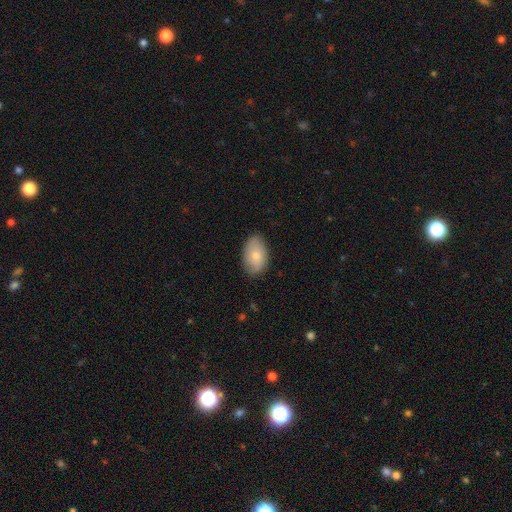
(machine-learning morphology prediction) smooth_or_featured: smooth (p=0.71) [alt: featured or disk p=0.23]
how_rounded: in between (p=0.90) [alt: round p=0.08]
merging: none (p=0.80) [alt: minor disturbance p=0.16]